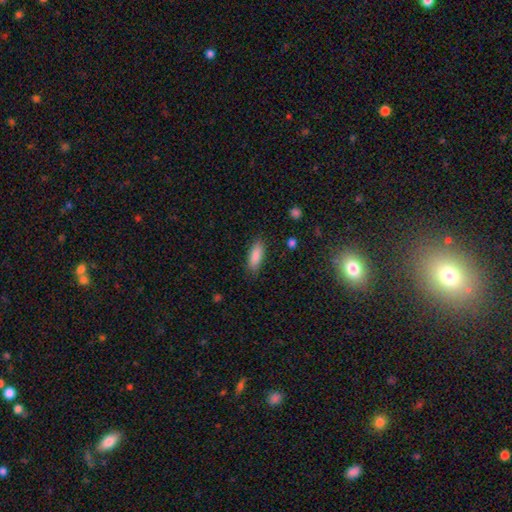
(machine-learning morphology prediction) Smooth or featured? Predicted: smooth (p=0.86). How rounded? Predicted: in between (p=0.70). Merging? Predicted: none (p=0.85).